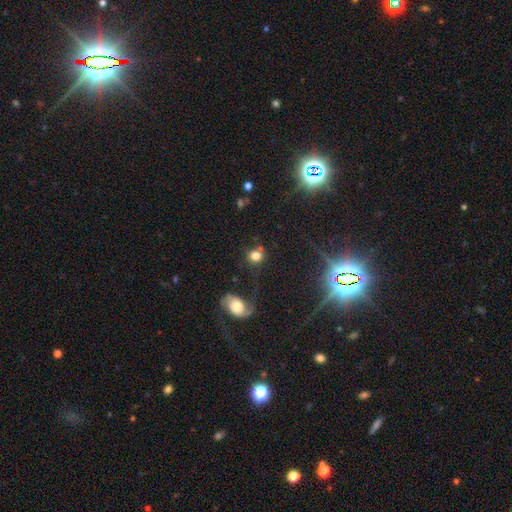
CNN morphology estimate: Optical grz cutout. It shows a smooth galaxy with no disk features (76%) that is round (83%). Merging: none (66%).